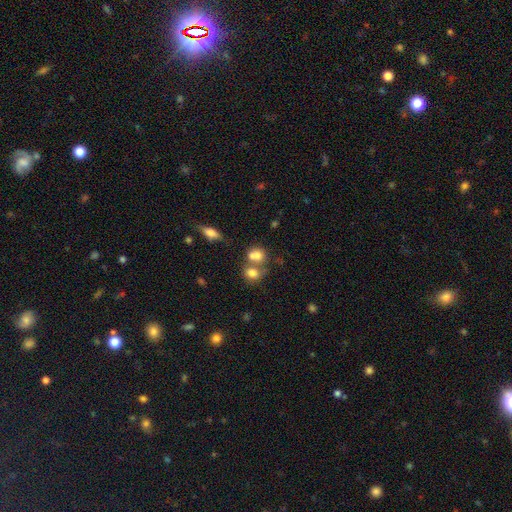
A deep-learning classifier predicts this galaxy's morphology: This appears to be a smooth galaxy with no disk features (74%) that is round (50%). Merging: merger (55%).